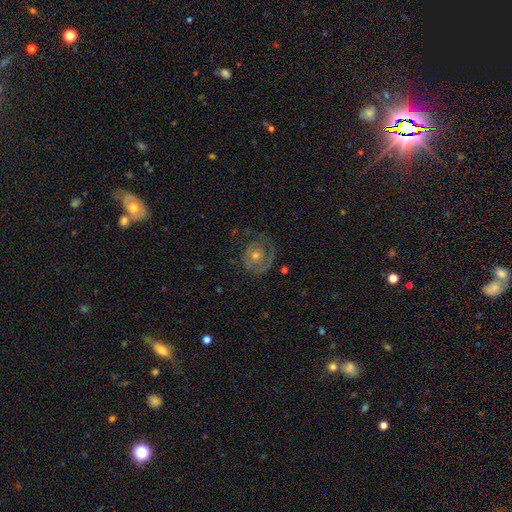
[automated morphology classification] A featured or disk galaxy (72%) with no bar (83%), 1 (36%) tight (65%) spiral arms (77%) and a moderate central bulge (49%). Merging: none (68%).